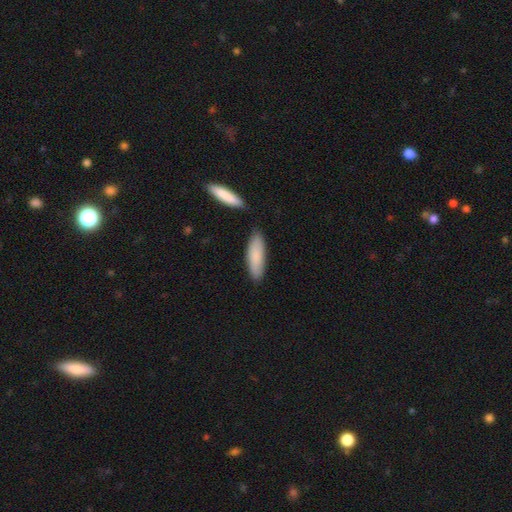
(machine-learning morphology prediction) The model was most divided on "how rounded": cigar-shaped: 55%, in between: 43%, round: 1%. More confident: smooth or featured — smooth (83%); merging — none (77%).